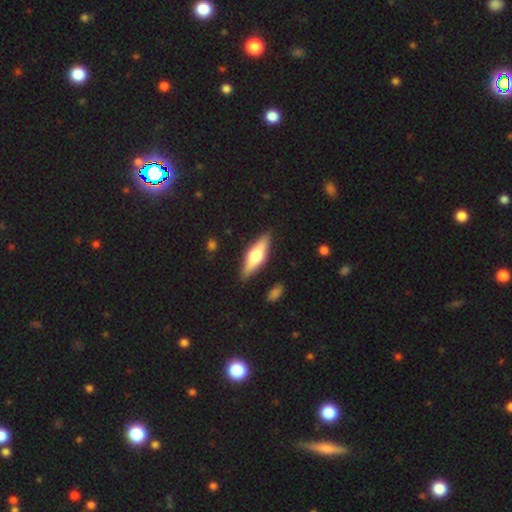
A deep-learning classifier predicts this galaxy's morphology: A featured or disk galaxy (54%) viewed edge-on (93%) with a rounded central bulge (92%).

Vote fractions:
- Smooth or featured? featured or disk: 54% / smooth: 41% / star or artifact: 5%
- Edge-on disk? yes: 93% / no: 7%
- Edge-on bulge? rounded: 92% / boxy: 5% / none: 2%
- Merging? none: 87% / minor disturbance: 9% / major disturbance: 2% / merger: 2%